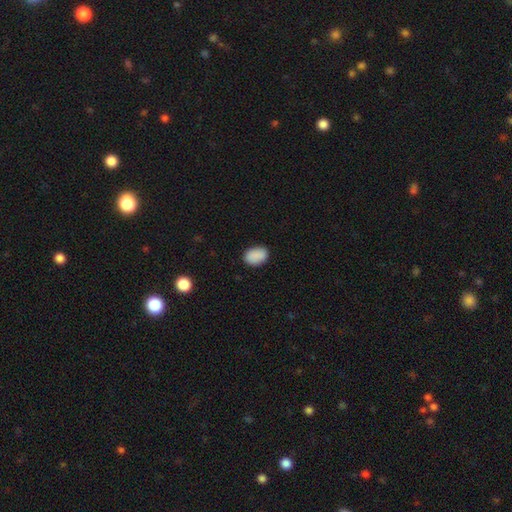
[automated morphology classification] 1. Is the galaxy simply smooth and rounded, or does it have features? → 89% smooth, 8% star or artifact, 3% featured or disk.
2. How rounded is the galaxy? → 85% in between, 14% round, 1% cigar-shaped.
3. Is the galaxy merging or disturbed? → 85% none, 11% minor disturbance, 2% major disturbance, 1% merger.